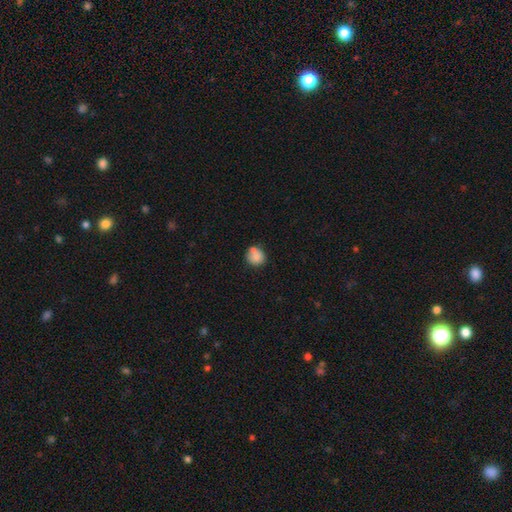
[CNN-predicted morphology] type=smooth (81%); roundness=round (81%); merging=none (57%).